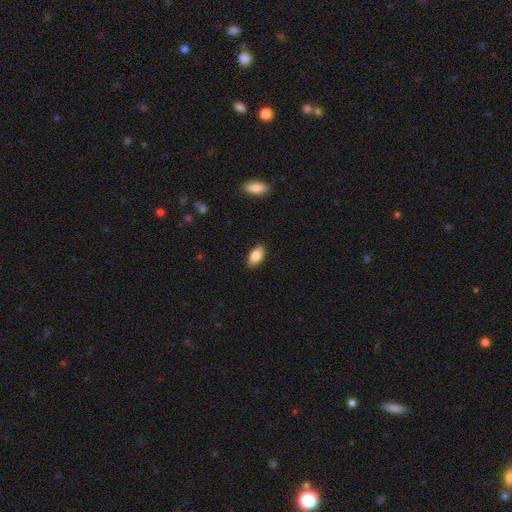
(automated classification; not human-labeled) Smooth or featured? smooth (85%)
How rounded? in between (92%)
Merging? none (88%)